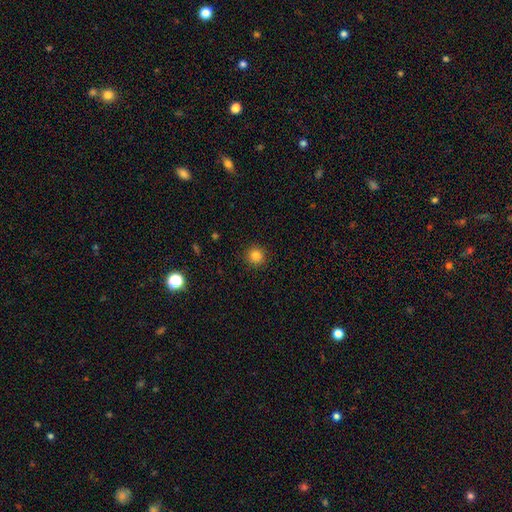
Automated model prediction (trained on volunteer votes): Smooth or featured?
  - smooth: 83% *
  - star or artifact: 13%
  - featured or disk: 5%
How rounded?
  - round: 94% *
  - in between: 5%
  - cigar-shaped: 1%
Merging?
  - none: 92% *
  - minor disturbance: 5%
  - major disturbance: 2%
  - merger: 1%